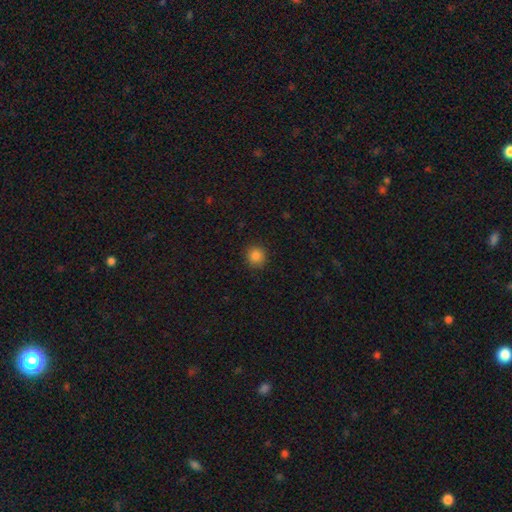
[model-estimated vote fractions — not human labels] Morphology: type=smooth (85%); roundness=round (92%); merging=none (90%).